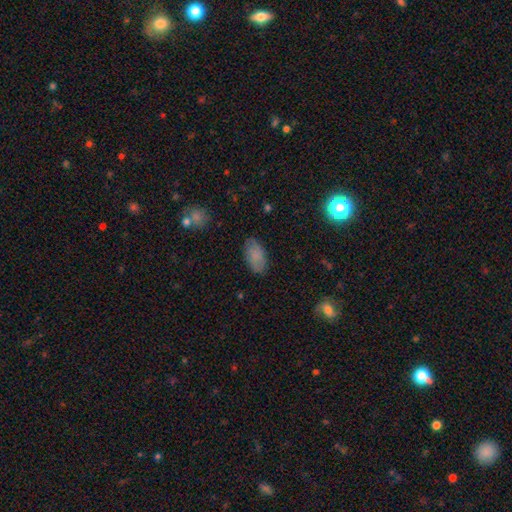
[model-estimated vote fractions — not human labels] This is likely a smooth galaxy (78%). How rounded: clearly in between (94%). Merging: clearly none (81%).